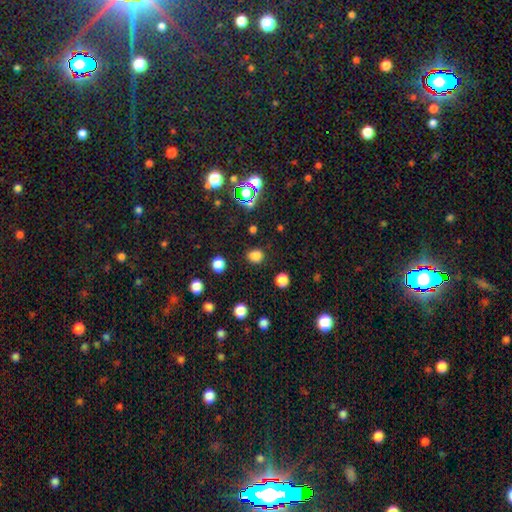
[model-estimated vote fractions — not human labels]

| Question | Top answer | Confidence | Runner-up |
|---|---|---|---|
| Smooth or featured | smooth | 77% | star or artifact (19%) |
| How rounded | round | 71% | in between (28%) |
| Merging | none | 85% | minor disturbance (9%) |